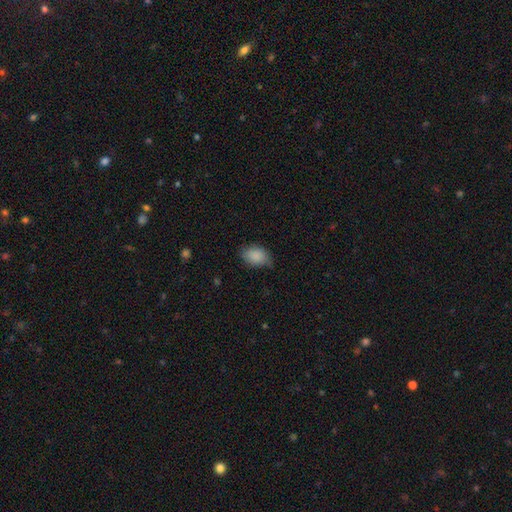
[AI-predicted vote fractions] Smooth or featured? smooth (87%)
How rounded? in between (81%)
Merging? none (66%)